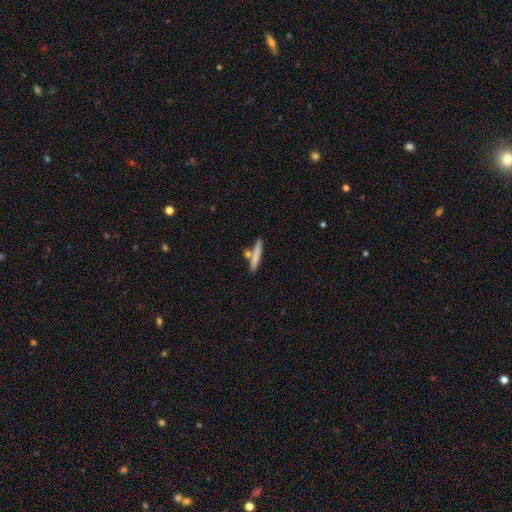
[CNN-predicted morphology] Smooth or featured: smooth — 73% (featured or disk — 21%)
How rounded: cigar-shaped — 90% (in between — 8%)
Merging: none — 71% (merger — 15%)